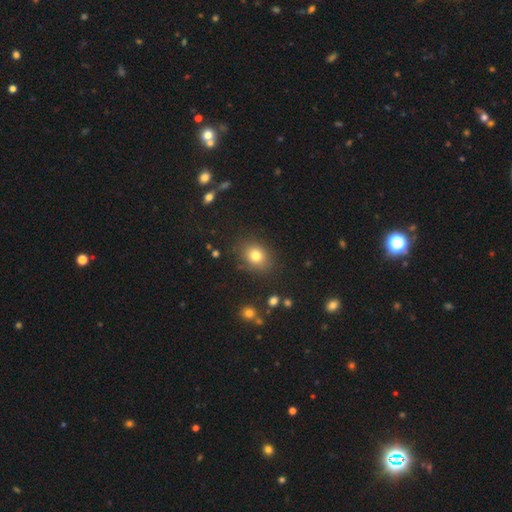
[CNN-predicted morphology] The model was most divided on "how rounded": round: 56%, in between: 43%, cigar-shaped: 1%. More confident: merging — none (84%); smooth or featured — smooth (79%).